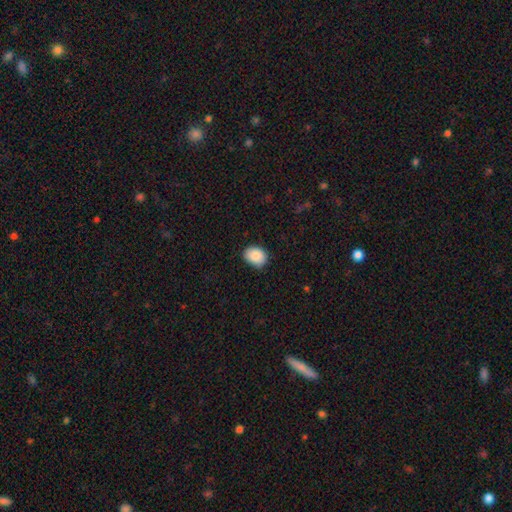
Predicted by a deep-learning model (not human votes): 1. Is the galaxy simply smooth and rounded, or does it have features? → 88% smooth, 7% star or artifact, 4% featured or disk.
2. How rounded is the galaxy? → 63% in between, 36% round, 1% cigar-shaped.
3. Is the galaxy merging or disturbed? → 79% none, 17% minor disturbance, 3% major disturbance, 1% merger.